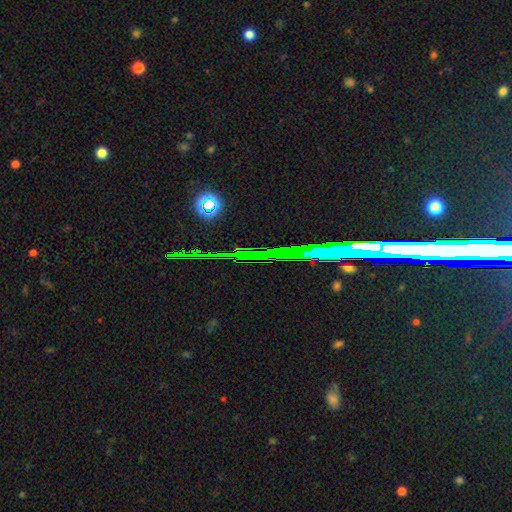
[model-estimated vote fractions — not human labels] Q: Smooth or featured?
A: star or artifact (72%); runner-up: smooth (14%)